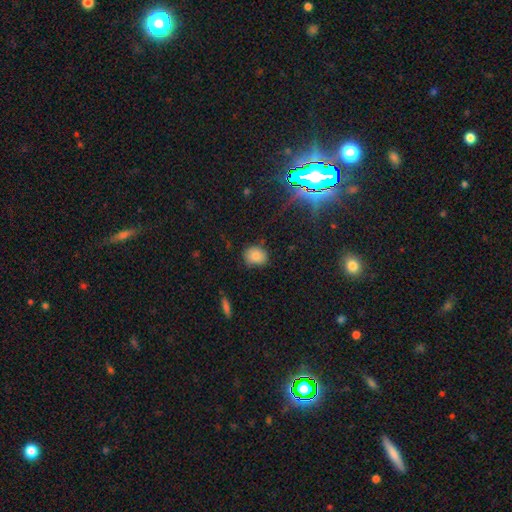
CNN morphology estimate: smooth-or-featured: smooth: 82% | star or artifact: 11% | featured or disk: 7%
  how-rounded: round: 56% | in between: 43% | cigar-shaped: 1%
  merging: none: 76% | minor disturbance: 19% | major disturbance: 3% | merger: 2%